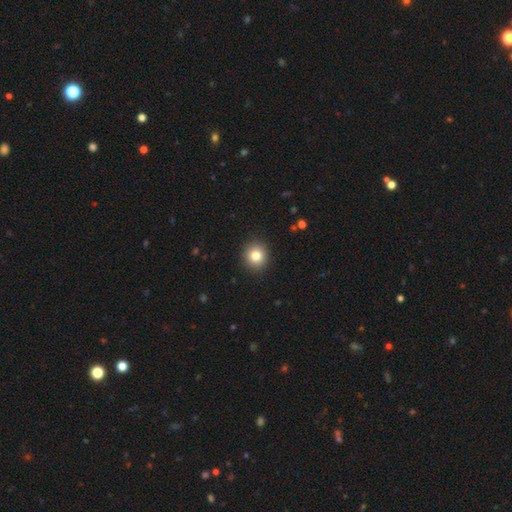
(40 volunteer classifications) Smooth or featured: smooth — 78% (star or artifact — 12%)
How rounded: round — 94% (in between — 6%)
Merging: none — 89% (minor disturbance — 6%)